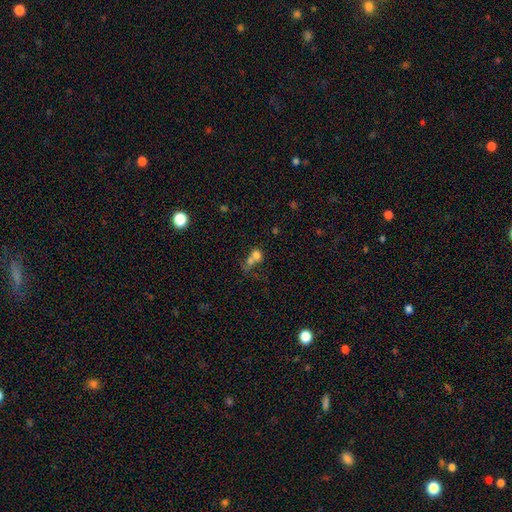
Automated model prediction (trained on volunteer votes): A smooth galaxy with no disk features (68%) that is round (64%). Merging: merger (61%).